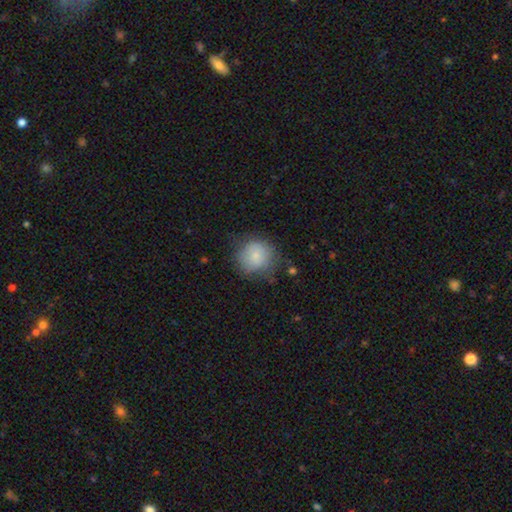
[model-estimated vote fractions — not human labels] Q: Smooth or featured?
A: smooth (80%); runner-up: featured or disk (11%)
Q: How rounded?
A: round (90%); runner-up: in between (9%)
Q: Merging?
A: none (68%); runner-up: minor disturbance (22%)